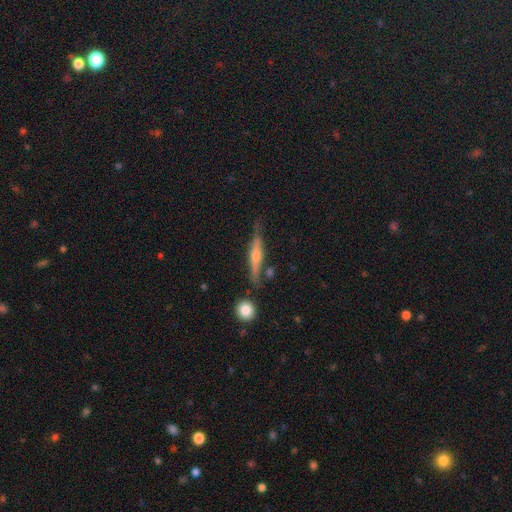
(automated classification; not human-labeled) Morphology: type=featured or disk (71%); edge-on=yes (94%); edge-on bulge=rounded (81%); merging=none (78%).